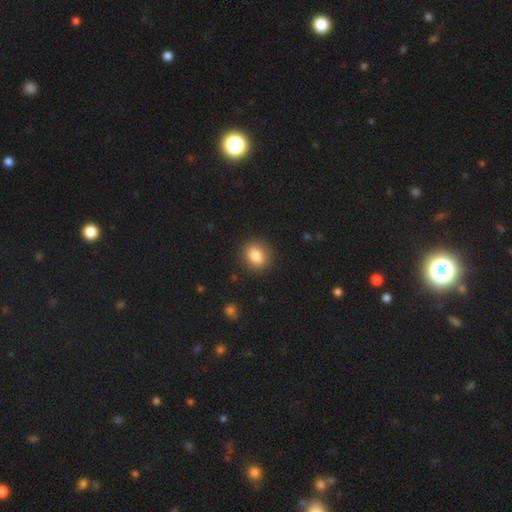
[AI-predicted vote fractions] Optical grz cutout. It shows a smooth galaxy with no disk features (84%) that is round (64%). Merging: none (87%).